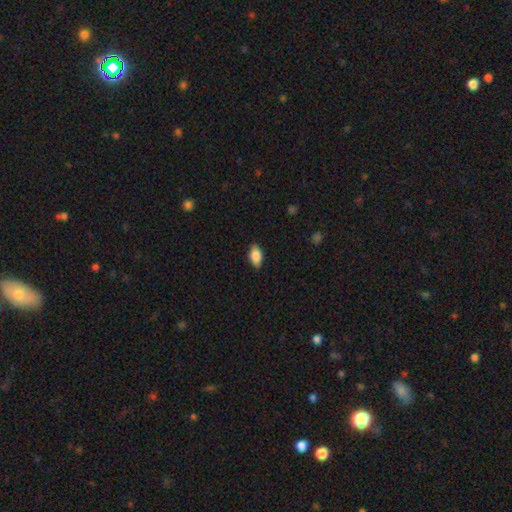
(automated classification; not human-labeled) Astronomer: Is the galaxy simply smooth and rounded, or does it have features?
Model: smooth — 84%.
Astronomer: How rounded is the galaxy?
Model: in between — 91%.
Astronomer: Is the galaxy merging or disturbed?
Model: none — 84%.